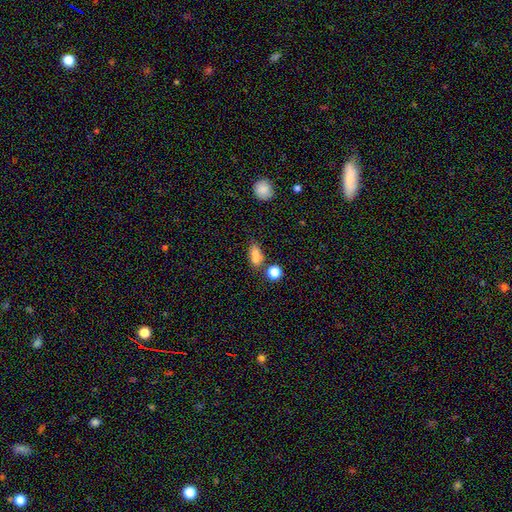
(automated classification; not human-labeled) smooth_or_featured: smooth (p=0.76) [alt: star or artifact p=0.14]
how_rounded: in between (p=0.72) [alt: round p=0.17]
merging: none (p=0.52) [alt: merger p=0.26]